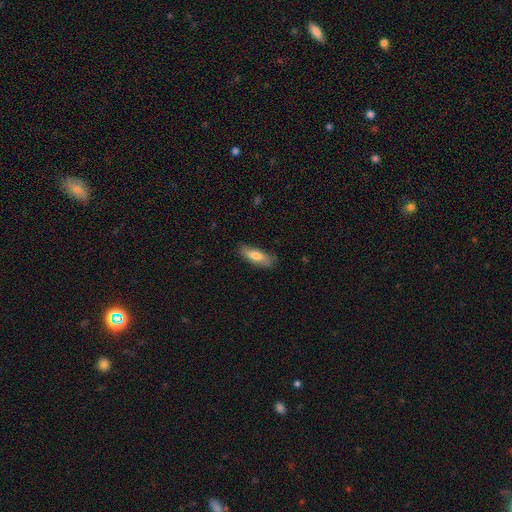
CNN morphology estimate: smooth_or_featured: smooth (p=0.74) [alt: featured or disk p=0.20]
how_rounded: in between (p=0.57) [alt: cigar-shaped p=0.41]
merging: none (p=0.79) [alt: minor disturbance p=0.17]